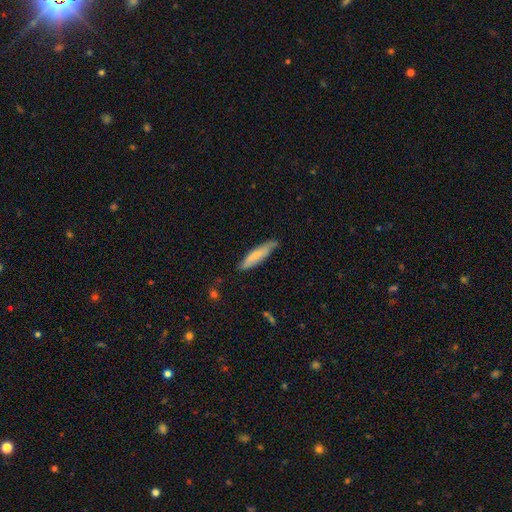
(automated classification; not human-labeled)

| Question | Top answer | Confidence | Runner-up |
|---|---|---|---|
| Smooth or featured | smooth | 69% | featured or disk (25%) |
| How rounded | cigar-shaped | 77% | in between (21%) |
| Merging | none | 75% | minor disturbance (20%) |